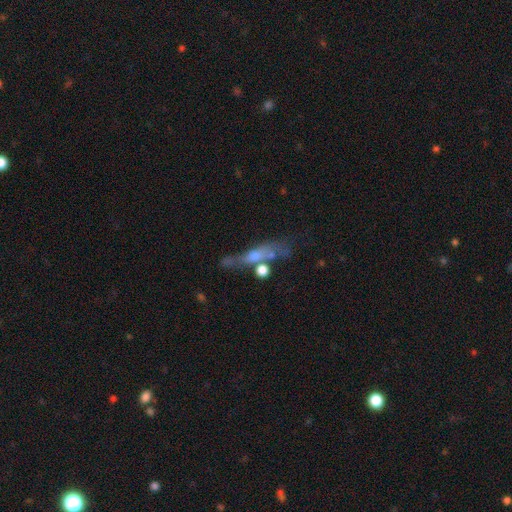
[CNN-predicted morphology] Smooth or featured? Predicted: featured or disk (p=0.54). Edge-on disk? Predicted: yes (p=0.65). Merging? Predicted: none (p=0.48).